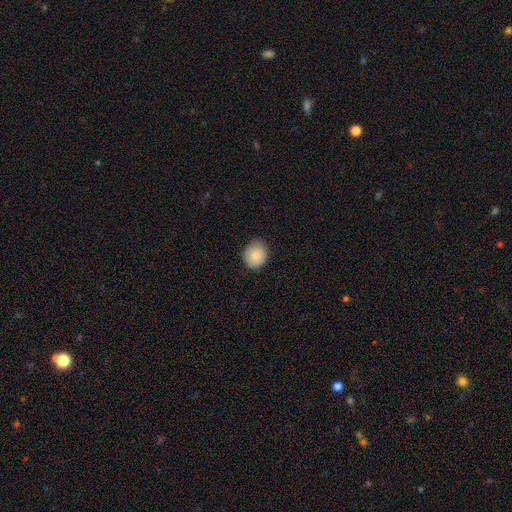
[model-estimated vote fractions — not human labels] Q: Smooth or featured?
A: smooth (85%); runner-up: star or artifact (8%)
Q: How rounded?
A: round (72%); runner-up: in between (27%)
Q: Merging?
A: none (79%); runner-up: minor disturbance (17%)